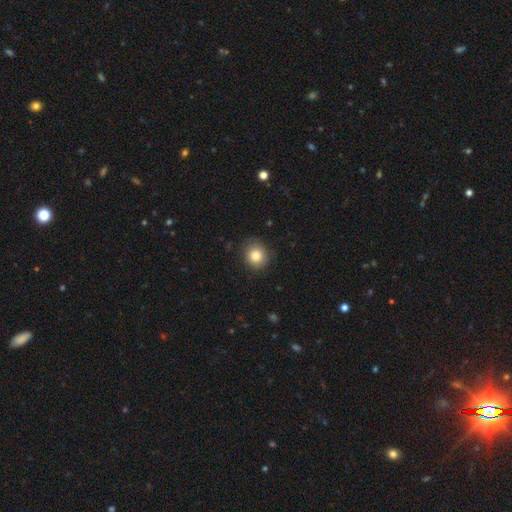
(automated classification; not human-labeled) This is clearly a smooth galaxy (84%). How rounded: clearly round (85%). Merging: clearly none (84%).